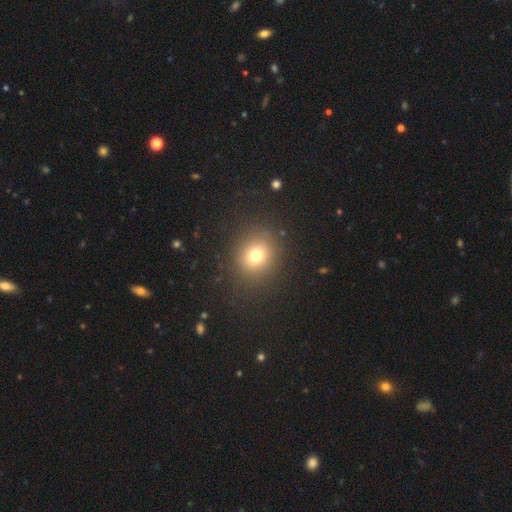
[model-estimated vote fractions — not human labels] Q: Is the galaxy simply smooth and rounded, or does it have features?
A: smooth — 73%.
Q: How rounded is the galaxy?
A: round — 80%.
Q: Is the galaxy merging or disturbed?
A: none — 88%.